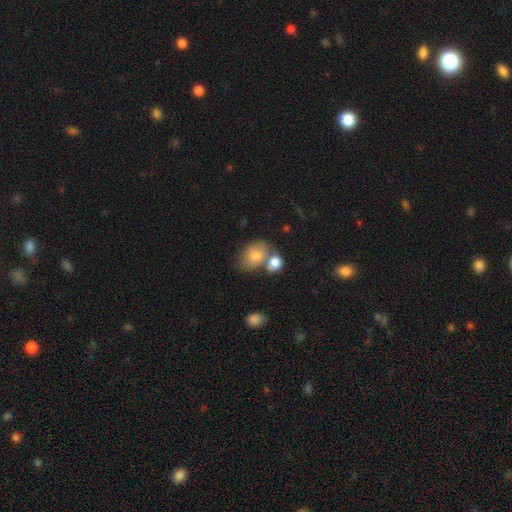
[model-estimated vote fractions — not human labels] Smooth or featured: smooth — 76% (featured or disk — 15%)
How rounded: in between — 69% (round — 29%)
Merging: none — 42% (merger — 36%)